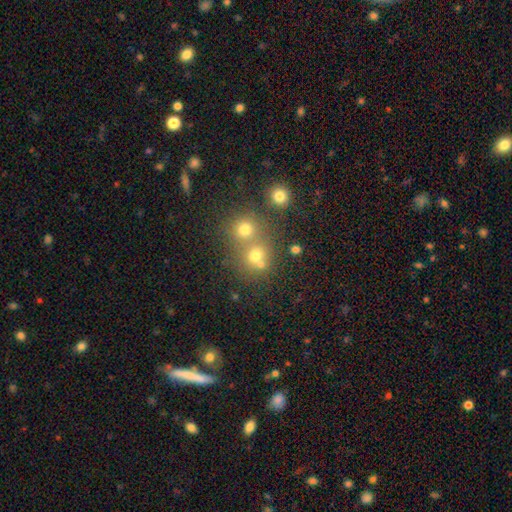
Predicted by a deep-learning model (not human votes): Smooth or featured: smooth — 67% (star or artifact — 21%)
How rounded: round — 85% (in between — 14%)
Merging: none — 49% (merger — 42%)